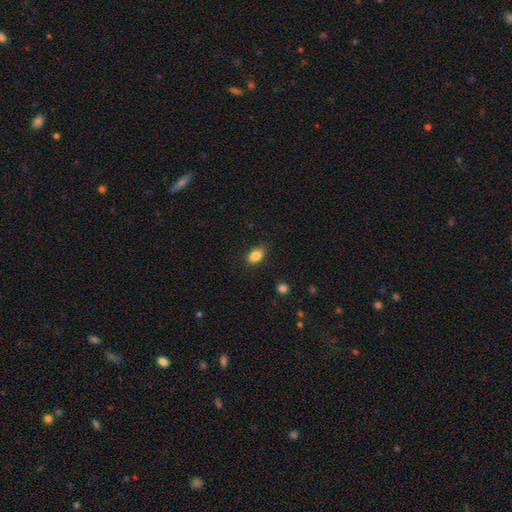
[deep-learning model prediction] Morphology: type=smooth (86%); roundness=in between (85%); merging=none (83%).